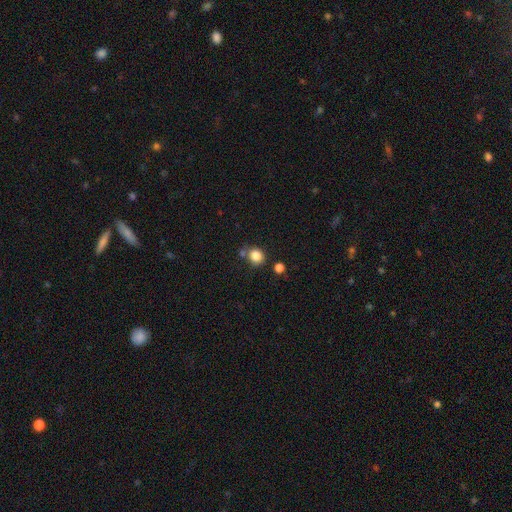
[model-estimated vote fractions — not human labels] A smooth galaxy with no disk features (83%) that is round (82%).

Vote fractions:
- Smooth or featured? smooth: 83% / star or artifact: 11% / featured or disk: 6%
- How rounded? round: 82% / in between: 17% / cigar-shaped: 1%
- Merging? none: 68% / merger: 16% / minor disturbance: 12% / major disturbance: 4%